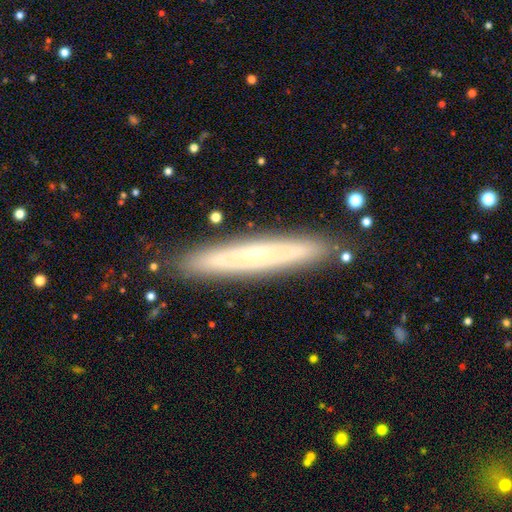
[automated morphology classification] smooth_or_featured: featured or disk (p=0.54) [alt: smooth p=0.39]
disk_edge_on: yes (p=0.81) [alt: no p=0.19]
merging: none (p=0.88) [alt: minor disturbance p=0.08]